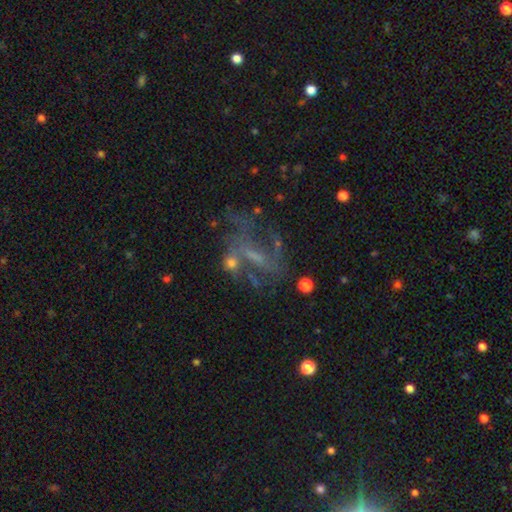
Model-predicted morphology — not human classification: This appears to be a featured or disk galaxy (65%) with a weak bar (42%), spiral arms (62%) and no central bulge (38%). Merging: none (42%).